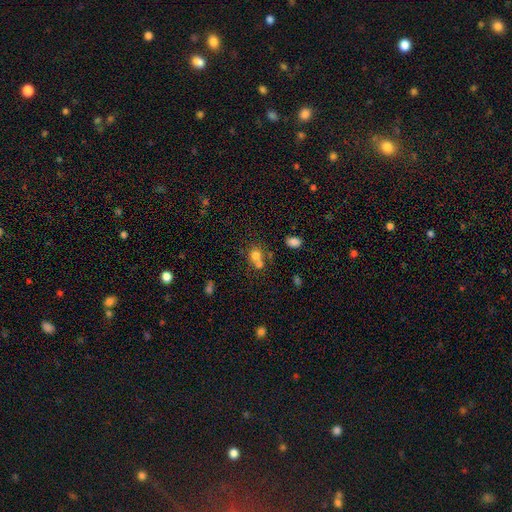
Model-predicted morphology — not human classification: The model was most divided on "merging": merger: 46%, none: 41%, minor disturbance: 8%, major disturbance: 4%. More confident: how rounded — round (75%); smooth or featured — smooth (73%).